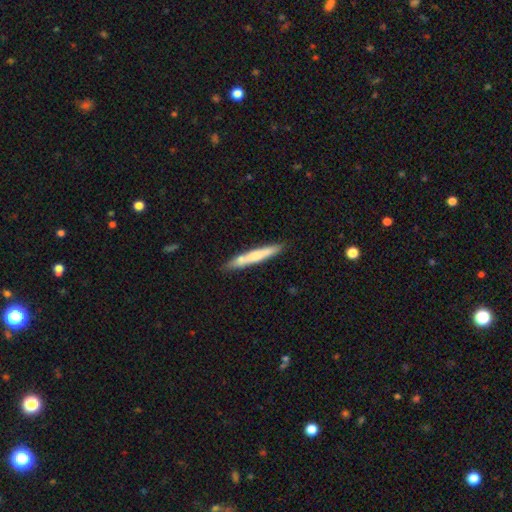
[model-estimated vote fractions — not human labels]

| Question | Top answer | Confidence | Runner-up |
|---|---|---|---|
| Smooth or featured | smooth | 56% | featured or disk (38%) |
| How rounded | cigar-shaped | 94% | in between (5%) |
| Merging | none | 77% | minor disturbance (12%) |